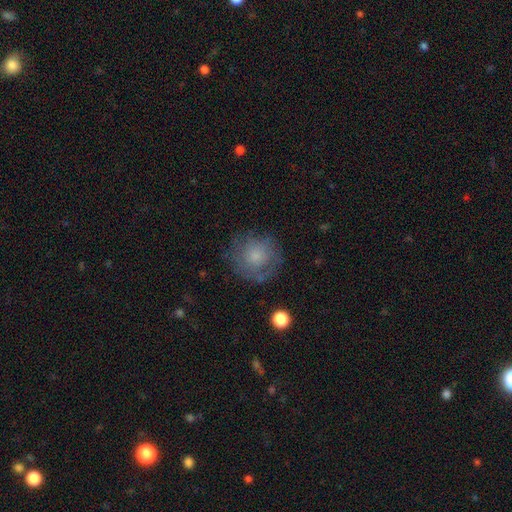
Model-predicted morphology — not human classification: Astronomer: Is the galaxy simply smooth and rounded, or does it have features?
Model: smooth — 61%.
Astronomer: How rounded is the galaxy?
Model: round — 91%.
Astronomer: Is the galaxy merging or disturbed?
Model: none — 70%.